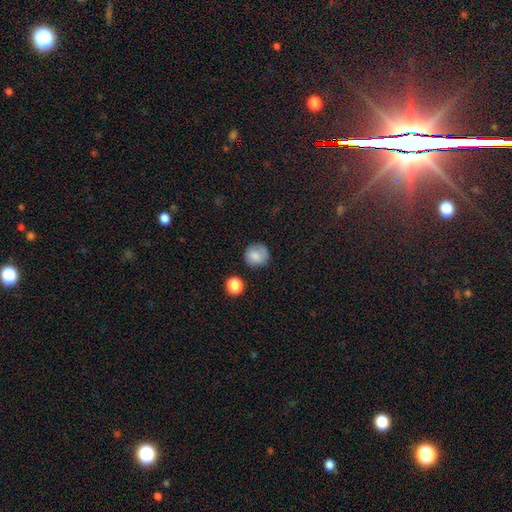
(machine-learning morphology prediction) Smooth or featured: smooth — 79% (featured or disk — 11%)
How rounded: round — 89% (in between — 10%)
Merging: none — 76% (minor disturbance — 16%)